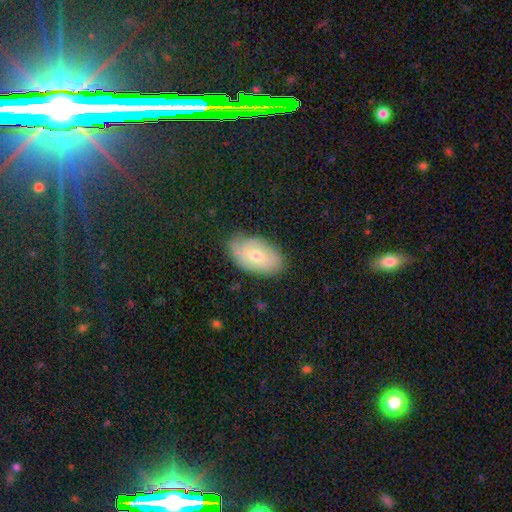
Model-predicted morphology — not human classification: Smooth or featured? smooth (60%)
How rounded? in between (93%)
Merging? none (78%)